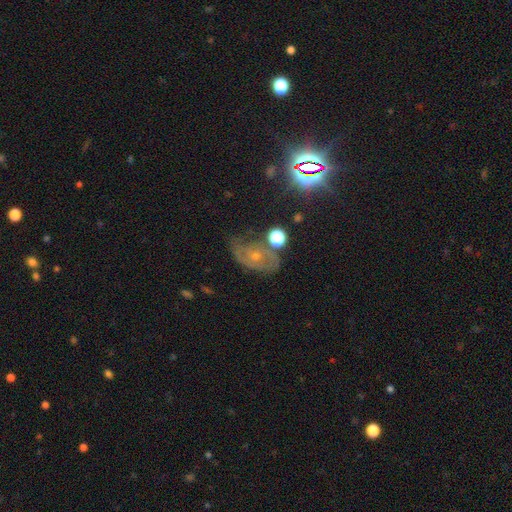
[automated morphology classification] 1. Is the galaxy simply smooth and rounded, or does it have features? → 59% featured or disk, 21% star or artifact, 20% smooth.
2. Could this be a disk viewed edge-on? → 95% no, 5% yes.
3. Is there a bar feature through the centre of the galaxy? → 76% no, 19% weak, 4% strong.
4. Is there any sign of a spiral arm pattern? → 80% yes, 20% no.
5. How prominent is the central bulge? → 60% small, 35% moderate, 2% none, 2% large, 1% dominant.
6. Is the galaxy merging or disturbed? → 51% none, 26% minor disturbance, 17% major disturbance, 6% merger.